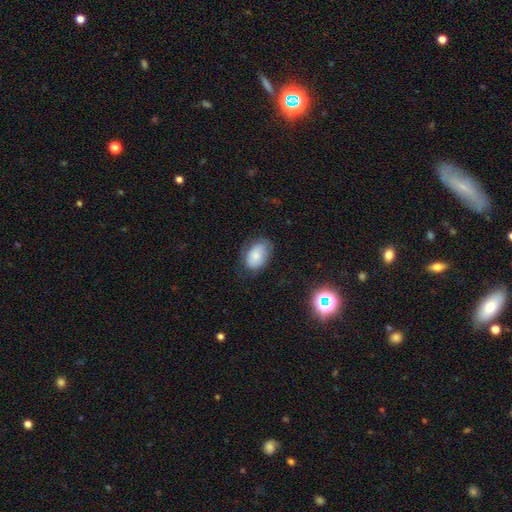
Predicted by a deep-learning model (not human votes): smooth-or-featured: smooth: 75% | featured or disk: 16% | star or artifact: 8%
  how-rounded: in between: 88% | round: 11% | cigar-shaped: 1%
  merging: none: 64% | minor disturbance: 25% | major disturbance: 10% | merger: 1%